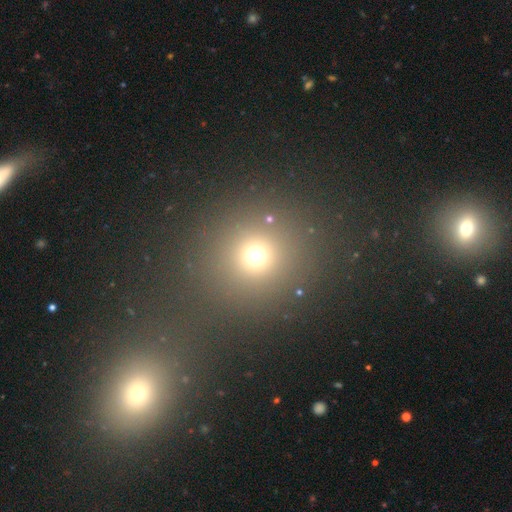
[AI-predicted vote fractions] smooth-or-featured: smooth: 68% | star or artifact: 24% | featured or disk: 8%
  how-rounded: round: 89% | in between: 10% | cigar-shaped: 1%
  merging: none: 78% | merger: 8% | minor disturbance: 8% | major disturbance: 6%